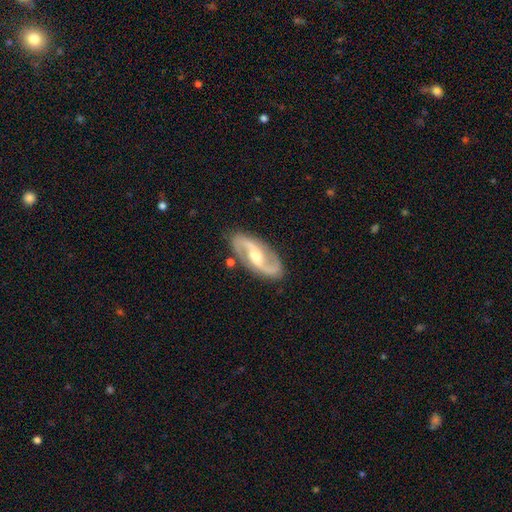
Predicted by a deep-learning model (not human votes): Smooth or featured? featured or disk (90%)
Edge-on disk? no (96%)
Bar? weak (44%)
Spiral arms? yes (97%)
Spiral winding? medium (53%)
Spiral arm count? 2 (94%)
Bulge size? moderate (63%)
Merging? none (85%)